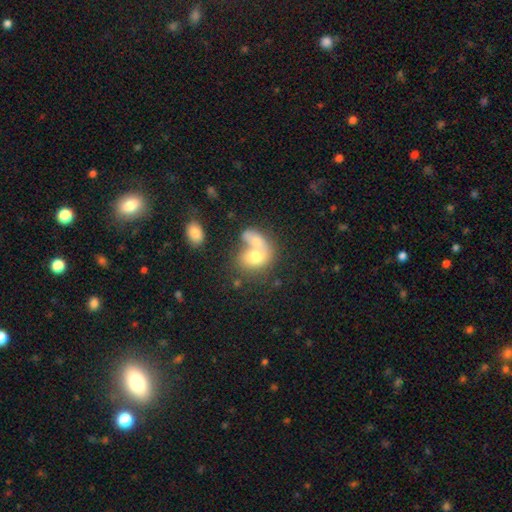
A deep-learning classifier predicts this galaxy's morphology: Smooth or featured: smooth — 68% (featured or disk — 24%)
How rounded: in between — 57% (round — 42%)
Merging: merger — 67% (none — 19%)